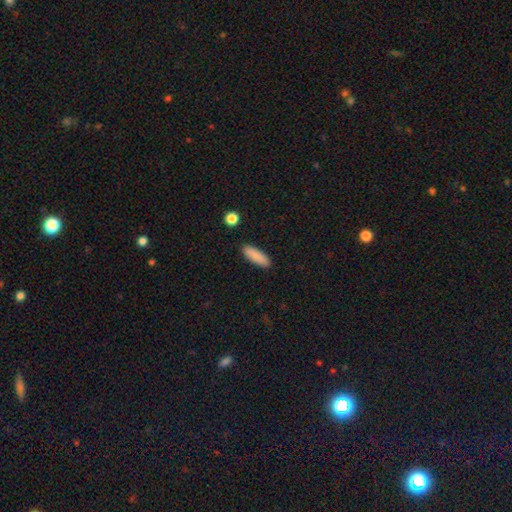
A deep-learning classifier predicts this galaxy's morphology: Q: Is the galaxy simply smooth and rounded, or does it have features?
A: smooth — 88%.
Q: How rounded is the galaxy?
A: in between — 51%.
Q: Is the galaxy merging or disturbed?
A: none — 89%.